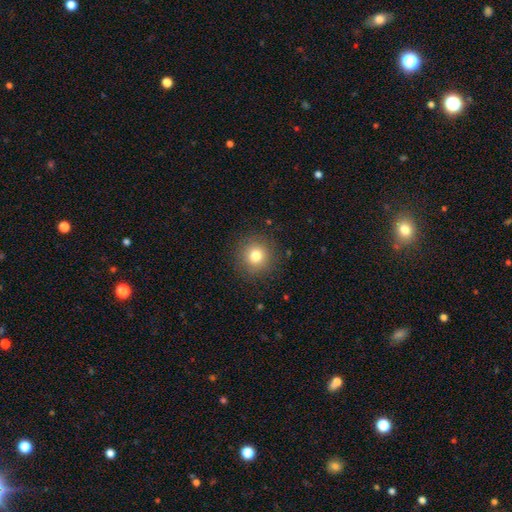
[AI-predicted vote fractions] This is likely a smooth galaxy (79%). How rounded: clearly round (93%). Merging: clearly none (89%).